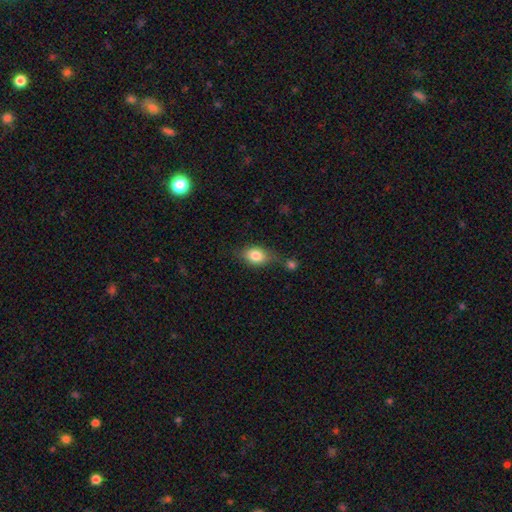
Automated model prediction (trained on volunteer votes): Smooth or featured?
  - smooth: 80% *
  - featured or disk: 11%
  - star or artifact: 9%
How rounded?
  - in between: 72% *
  - round: 26%
  - cigar-shaped: 2%
Merging?
  - none: 59% *
  - minor disturbance: 21%
  - merger: 13%
  - major disturbance: 7%